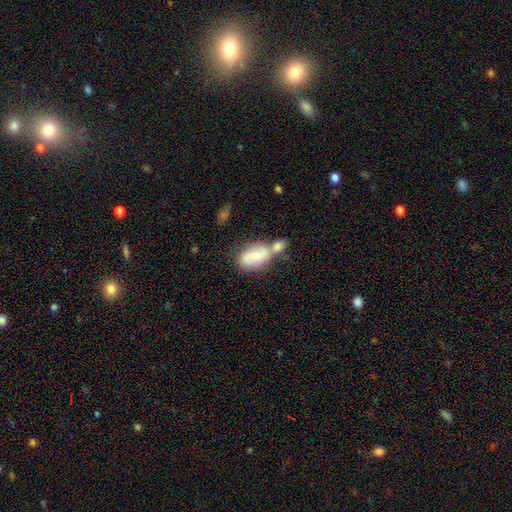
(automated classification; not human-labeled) The model was most divided on "smooth or featured": smooth: 56%, featured or disk: 37%, star or artifact: 7%. More confident: how rounded — in between (88%); merging — merger (54%).